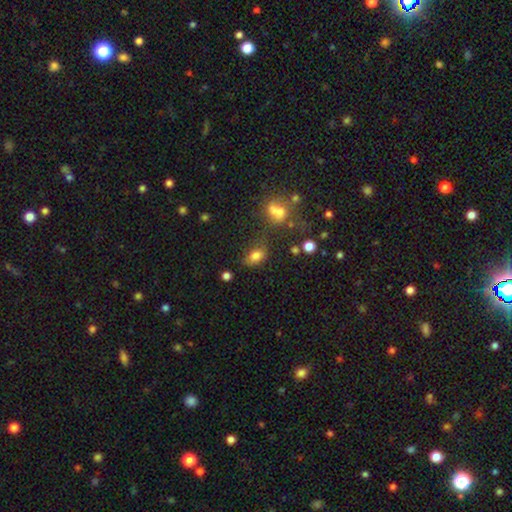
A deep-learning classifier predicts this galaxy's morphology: type=smooth (77%); roundness=in between (81%); merging=none (56%).